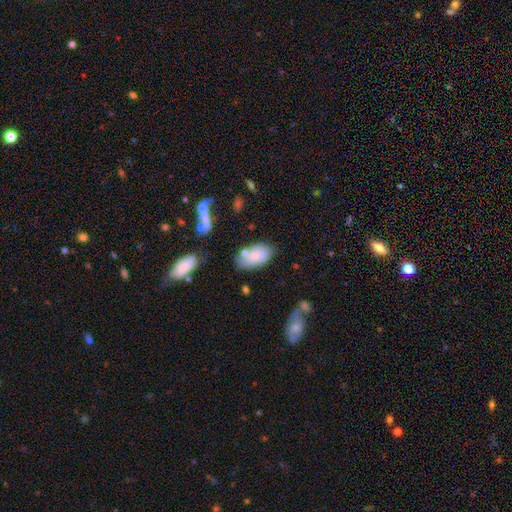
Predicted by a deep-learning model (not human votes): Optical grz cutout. It shows a smooth galaxy with no disk features (79%) that is in between round and cigar-shaped (94%). Merging: none (62%).